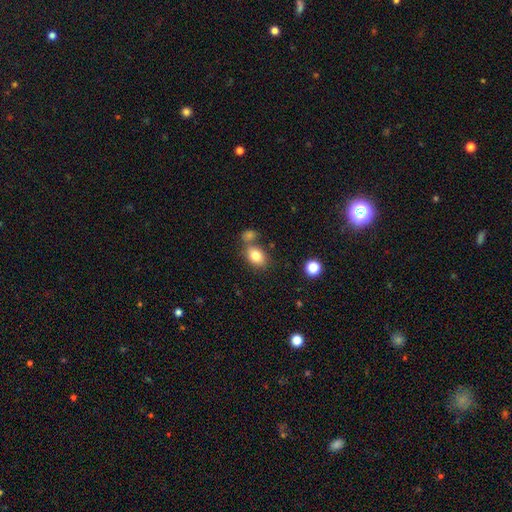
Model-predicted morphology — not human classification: This is clearly a smooth galaxy (81%). How rounded: likely in between (78%). Merging: possibly none (58%).